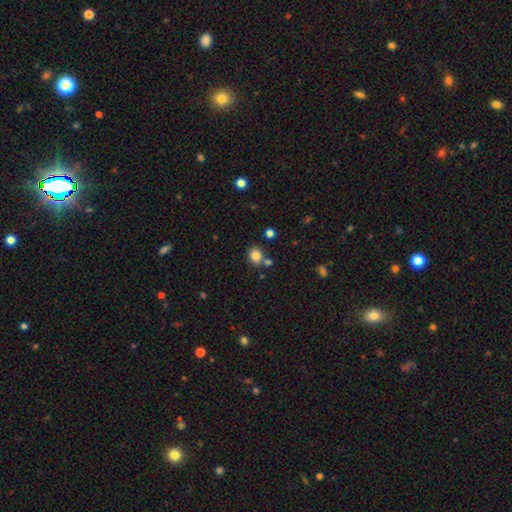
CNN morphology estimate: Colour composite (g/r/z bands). It shows a smooth galaxy with no disk features (82%) that is round (70%). Merging: none (73%).